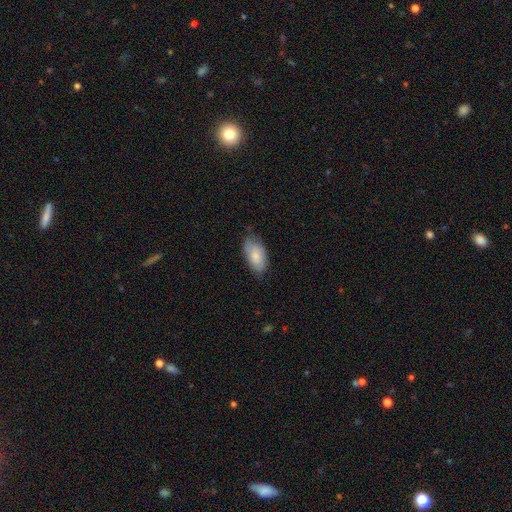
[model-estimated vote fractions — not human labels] Smooth or featured? Predicted: smooth (p=0.77). How rounded? Predicted: in between (p=0.94). Merging? Predicted: none (p=0.66).